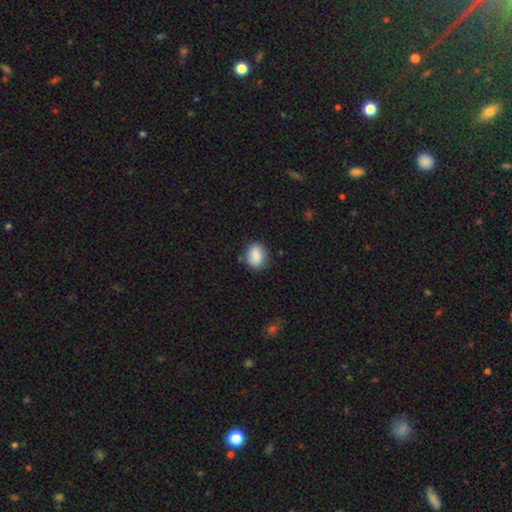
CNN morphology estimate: Smooth or featured? Predicted: smooth (p=0.86). How rounded? Predicted: in between (p=0.53). Merging? Predicted: none (p=0.79).